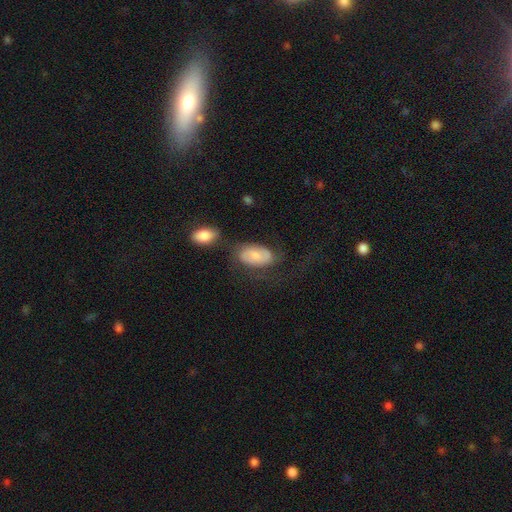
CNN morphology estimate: This appears to be a smooth galaxy with no disk features (52%) that is in between round and cigar-shaped (92%). Merging: none (46%).